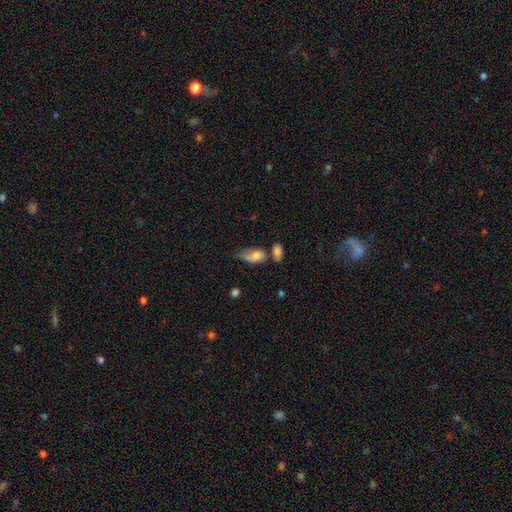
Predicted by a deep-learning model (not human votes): Overall: smooth (72%). How rounded: in between (85%). Merging: minor disturbance (28%; merger 26%).